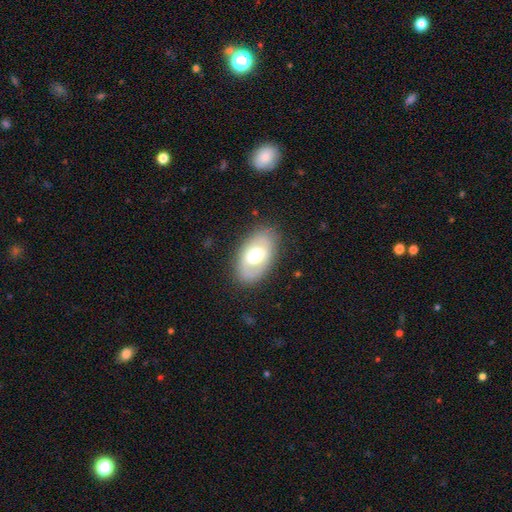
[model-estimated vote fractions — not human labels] Q: Smooth or featured?
A: smooth (53%); runner-up: featured or disk (40%)
Q: How rounded?
A: in between (91%); runner-up: round (8%)
Q: Merging?
A: none (79%); runner-up: minor disturbance (14%)